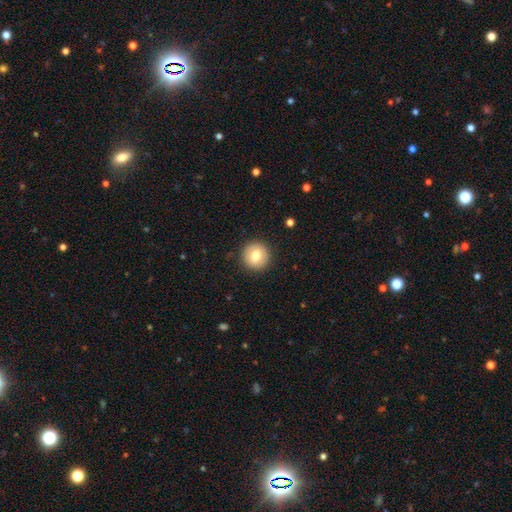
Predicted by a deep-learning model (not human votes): smooth 76%, featured or disk 16%, star or artifact 8%. Down the decision tree: how rounded — round (94%); merging — none (91%).